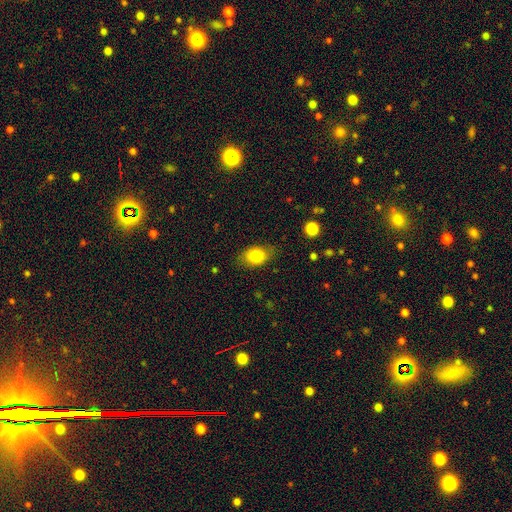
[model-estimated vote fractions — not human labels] This appears to be a smooth galaxy with no disk features (82%) that is in between round and cigar-shaped (75%). Merging: none (77%).